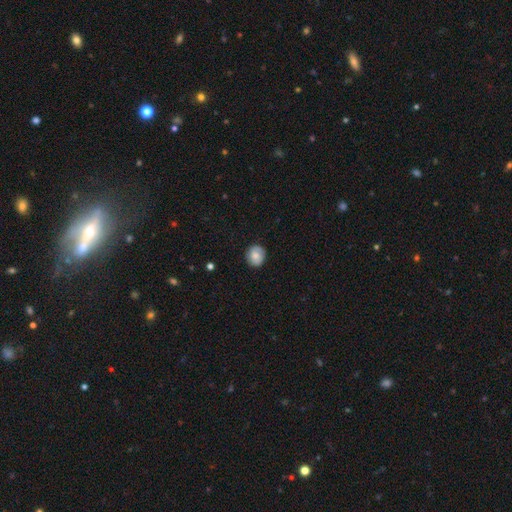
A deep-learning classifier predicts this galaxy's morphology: type=smooth (73%); roundness=round (84%); merging=none (87%).